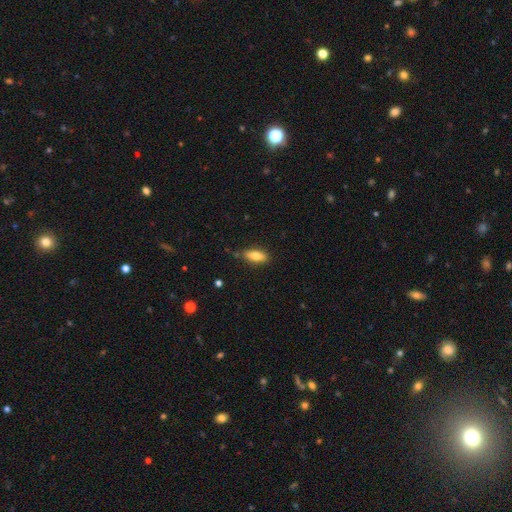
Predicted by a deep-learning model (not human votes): Q: Smooth or featured?
A: smooth (78%); runner-up: featured or disk (15%)
Q: How rounded?
A: in between (76%); runner-up: cigar-shaped (21%)
Q: Merging?
A: none (77%); runner-up: minor disturbance (17%)